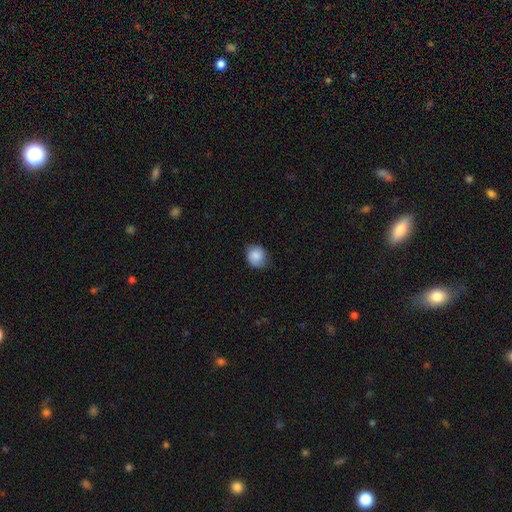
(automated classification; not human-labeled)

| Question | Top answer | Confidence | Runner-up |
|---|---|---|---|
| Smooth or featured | smooth | 86% | star or artifact (8%) |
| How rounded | round | 75% | in between (24%) |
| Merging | none | 75% | minor disturbance (20%) |